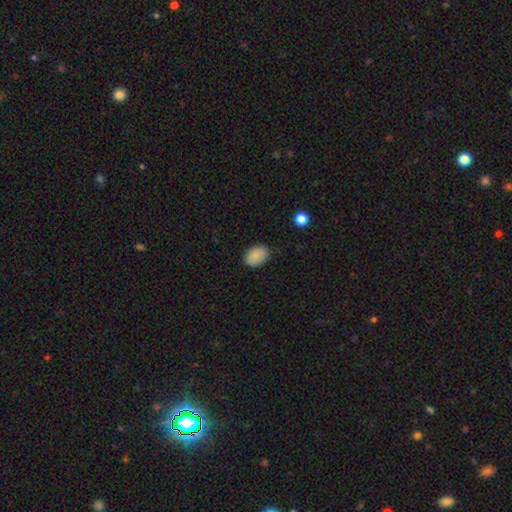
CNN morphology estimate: smooth_or_featured: smooth (p=0.88) [alt: star or artifact p=0.08]
how_rounded: in between (p=0.78) [alt: round p=0.21]
merging: none (p=0.82) [alt: minor disturbance p=0.14]